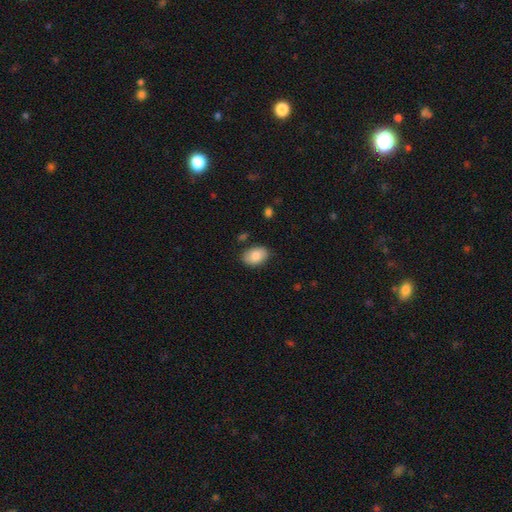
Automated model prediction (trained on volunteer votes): smooth 81%, featured or disk 12%, star or artifact 7%. Down the decision tree: how rounded — in between (86%); merging — none (83%).